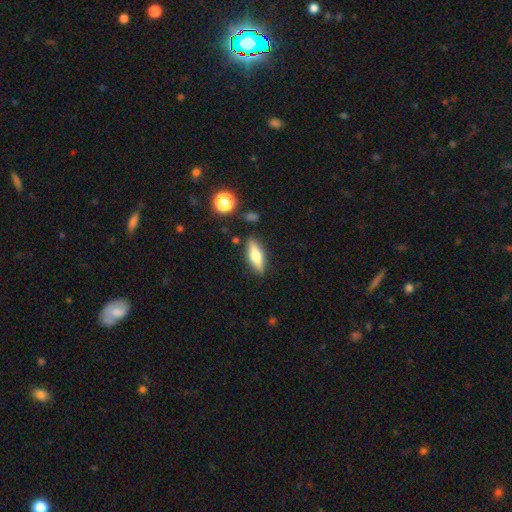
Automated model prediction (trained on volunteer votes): Smooth or featured: smooth — 50% (featured or disk — 43%)
How rounded: in between — 50% (cigar-shaped — 47%)
Merging: none — 85% (minor disturbance — 10%)